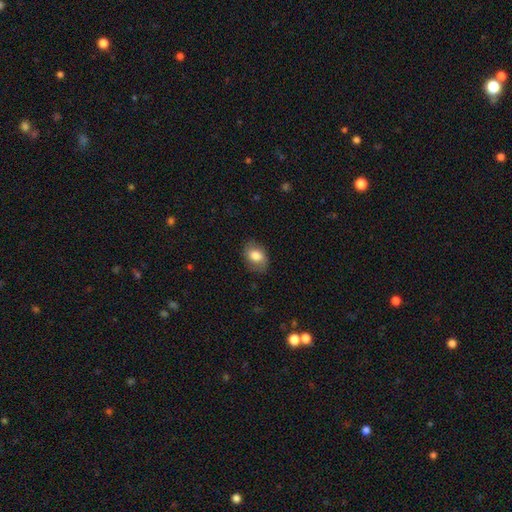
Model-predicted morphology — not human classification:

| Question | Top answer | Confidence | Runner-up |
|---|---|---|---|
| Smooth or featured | smooth | 74% | featured or disk (19%) |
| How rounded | in between | 74% | round (25%) |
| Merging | none | 76% | minor disturbance (18%) |